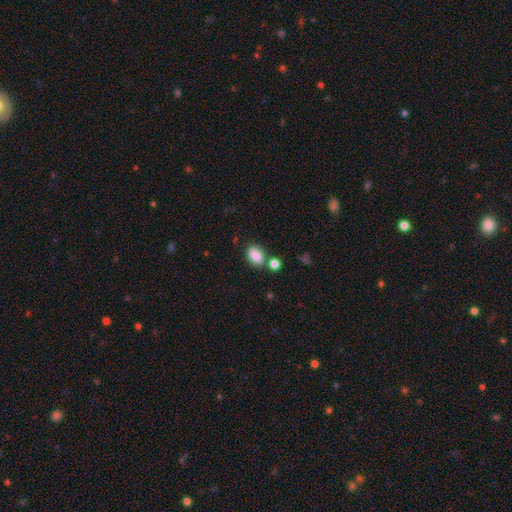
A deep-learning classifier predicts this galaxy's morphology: A smooth galaxy with no disk features (84%) that is in between round and cigar-shaped (76%).

Vote fractions:
- Smooth or featured? smooth: 84% / star or artifact: 9% / featured or disk: 7%
- How rounded? in between: 76% / round: 23% / cigar-shaped: 1%
- Merging? none: 67% / merger: 15% / minor disturbance: 14% / major disturbance: 4%